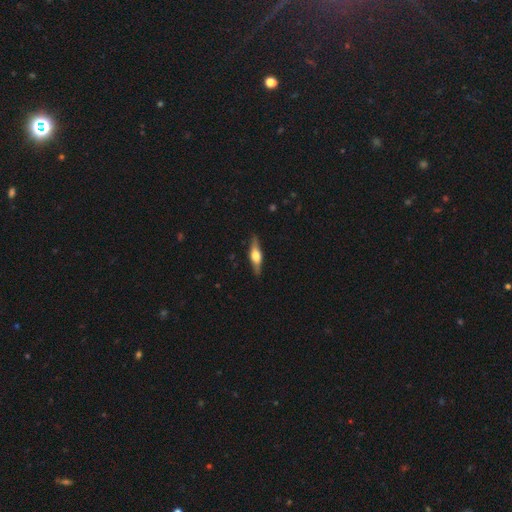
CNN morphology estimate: A featured or disk galaxy (59%) viewed edge-on (94%) with a rounded central bulge (91%).

Vote fractions:
- Smooth or featured? featured or disk: 59% / smooth: 35% / star or artifact: 6%
- Edge-on disk? yes: 94% / no: 6%
- Edge-on bulge? rounded: 91% / boxy: 7% / none: 2%
- Merging? none: 87% / minor disturbance: 10% / major disturbance: 2% / merger: 1%